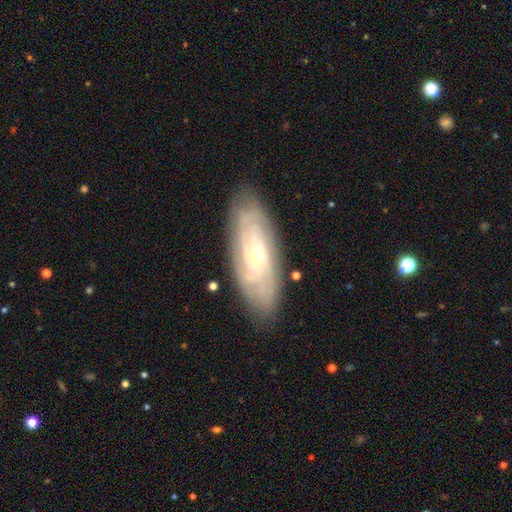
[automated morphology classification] Smooth or featured: featured or disk — 84% (smooth — 10%)
Edge-on disk: no — 90% (yes — 10%)
Bar: no — 67% (weak — 26%)
Spiral arms: yes — 96% (no — 4%)
Spiral winding: tight — 78% (medium — 19%)
Spiral arm count: can't tell — 35% (4 — 20%)
Bulge size: small — 58% (moderate — 39%)
Merging: none — 84% (minor disturbance — 12%)